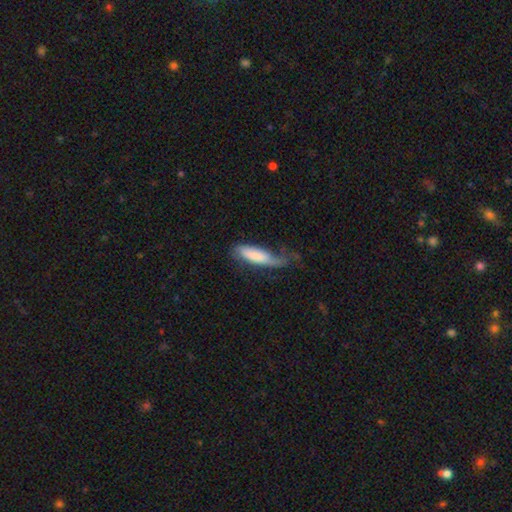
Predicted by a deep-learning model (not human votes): smooth_or_featured: smooth (p=0.73) [alt: featured or disk p=0.22]
how_rounded: cigar-shaped (p=0.55) [alt: in between p=0.43]
merging: minor disturbance (p=0.35) [alt: none p=0.31]